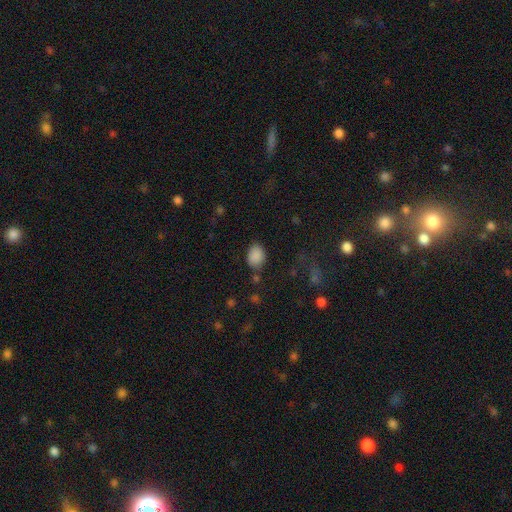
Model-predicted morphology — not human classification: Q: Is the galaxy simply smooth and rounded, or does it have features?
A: smooth — 87%.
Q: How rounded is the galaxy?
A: in between — 71%.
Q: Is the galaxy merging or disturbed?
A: none — 74%.